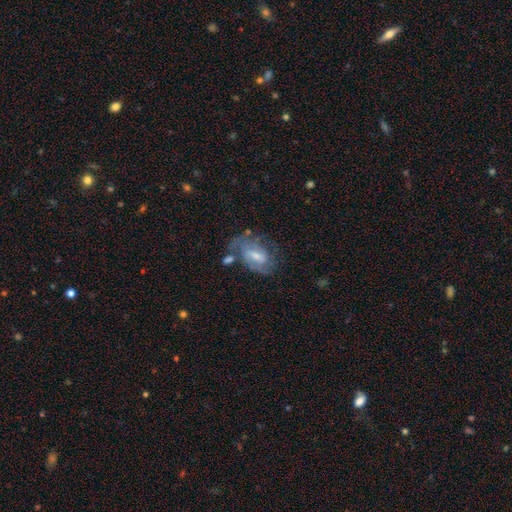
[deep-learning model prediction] A featured or disk galaxy (65%) with a weak bar (52%), spiral arms (79%) and a moderate central bulge (45%).

Vote fractions:
- Smooth or featured? featured or disk: 65% / smooth: 27% / star or artifact: 8%
- Edge-on disk? no: 95% / yes: 5%
- Bar? weak: 52% / no: 29% / strong: 19%
- Spiral arms? yes: 79% / no: 21%
- Bulge size? moderate: 45% / small: 40% / none: 7% / large: 7% / dominant: 1%
- Merging? none: 45% / minor disturbance: 24% / major disturbance: 19% / merger: 11%